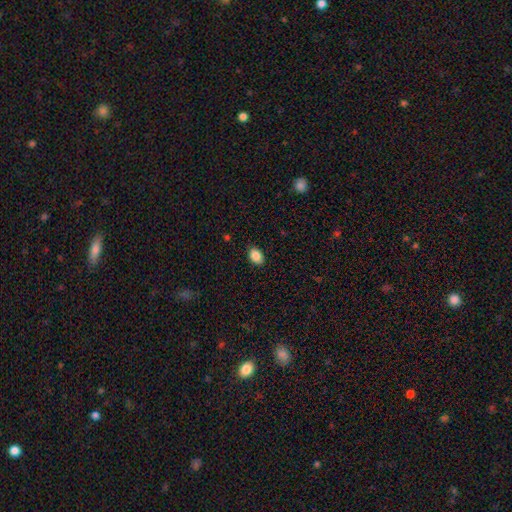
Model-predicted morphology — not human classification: Q: Smooth or featured?
A: smooth (87%); runner-up: star or artifact (8%)
Q: How rounded?
A: in between (78%); runner-up: round (21%)
Q: Merging?
A: none (88%); runner-up: minor disturbance (9%)